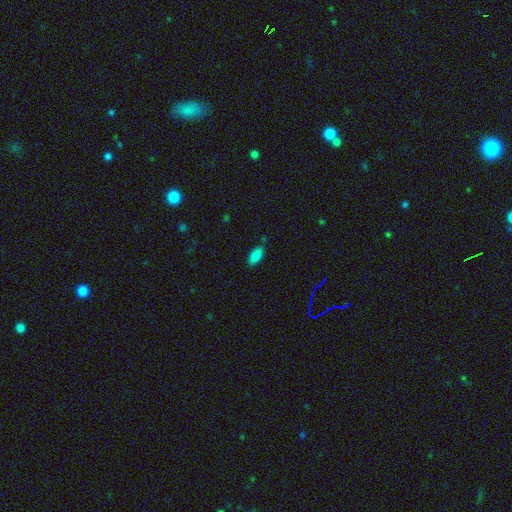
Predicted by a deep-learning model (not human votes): Smooth or featured?
  - smooth: 85% *
  - star or artifact: 10%
  - featured or disk: 6%
How rounded?
  - in between: 87% *
  - cigar-shaped: 10%
  - round: 2%
Merging?
  - none: 78% *
  - minor disturbance: 15%
  - merger: 3%
  - major disturbance: 3%